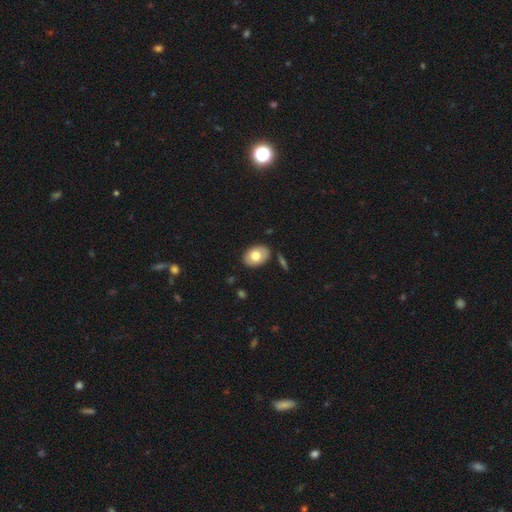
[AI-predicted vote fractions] The model was most divided on "smooth or featured": smooth: 74%, featured or disk: 20%, star or artifact: 6%. More confident: merging — none (84%); how rounded — in between (84%).